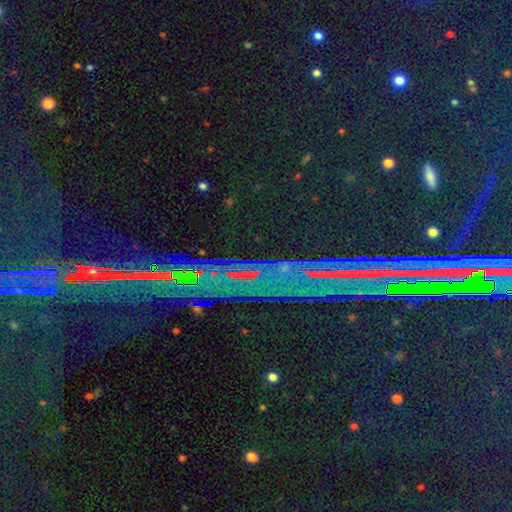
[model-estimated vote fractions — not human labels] Q: Smooth or featured?
A: star or artifact (83%); runner-up: featured or disk (9%)